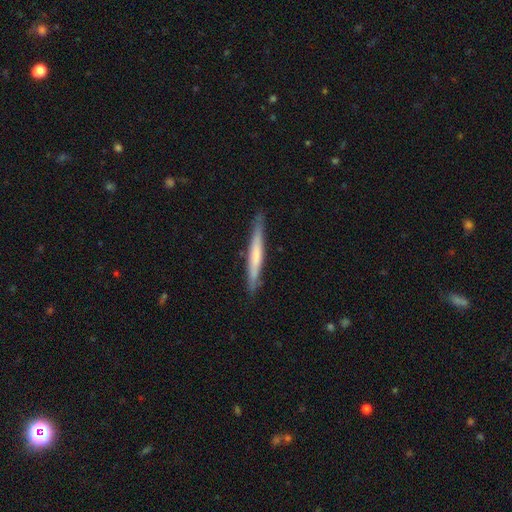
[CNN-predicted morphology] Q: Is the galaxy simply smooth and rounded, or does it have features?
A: smooth — 52%.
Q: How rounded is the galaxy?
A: cigar-shaped — 96%.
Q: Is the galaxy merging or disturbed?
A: none — 86%.